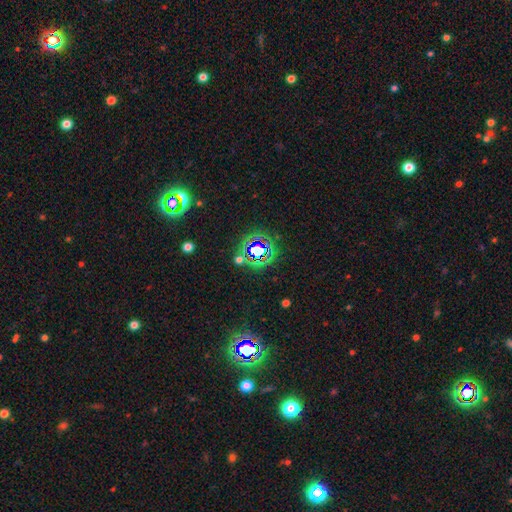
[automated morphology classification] Smooth or featured? star or artifact (71%)